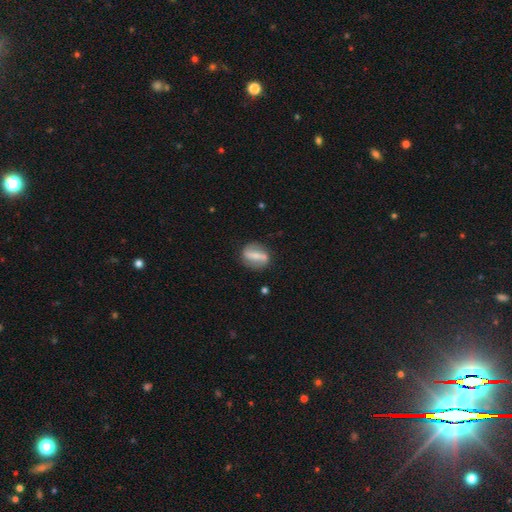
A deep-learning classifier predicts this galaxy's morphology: Smooth or featured: featured or disk — 63% (smooth — 30%)
Edge-on disk: no — 89% (yes — 11%)
Bar: strong — 71% (weak — 19%)
Spiral arms: yes — 62% (no — 38%)
Bulge size: small — 43% (moderate — 27%)
Merging: none — 79% (minor disturbance — 13%)